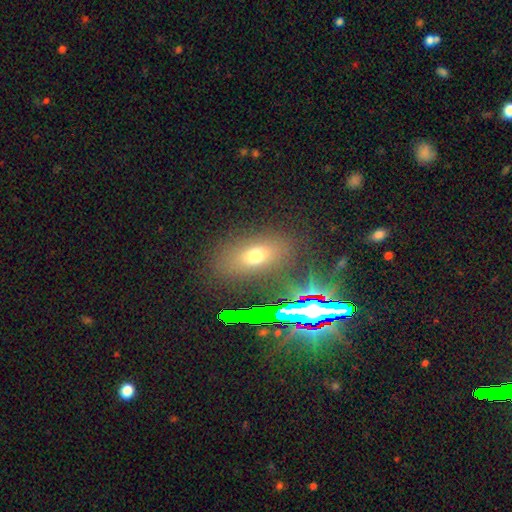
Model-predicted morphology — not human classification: Q: Smooth or featured?
A: smooth (64%); runner-up: star or artifact (21%)
Q: How rounded?
A: in between (77%); runner-up: round (16%)
Q: Merging?
A: none (81%); runner-up: minor disturbance (11%)